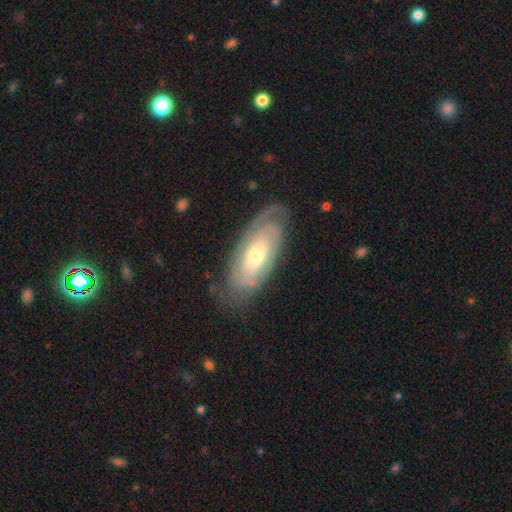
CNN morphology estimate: Smooth or featured?
  - featured or disk: 75% *
  - smooth: 20%
  - star or artifact: 5%
Edge-on disk?
  - no: 90% *
  - yes: 10%
Bar?
  - no: 68% *
  - weak: 23%
  - strong: 8%
Spiral arms?
  - yes: 86% *
  - no: 14%
Spiral winding?
  - tight: 72% *
  - medium: 21%
  - loose: 7%
Spiral arm count?
  - can't tell: 42% *
  - 2: 39%
  - 1: 7%
  - 3: 6%
  - 4: 3%
  - more than 4: 2%
Bulge size?
  - moderate: 56% *
  - small: 34%
  - large: 7%
  - dominant: 1%
  - none: 1%
Merging?
  - none: 75% *
  - minor disturbance: 17%
  - major disturbance: 7%
  - merger: 1%